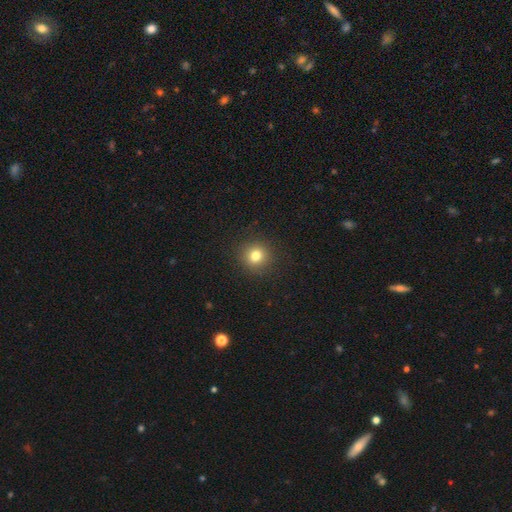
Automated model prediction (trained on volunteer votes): Smooth or featured? Predicted: smooth (p=0.79). How rounded? Predicted: round (p=0.92). Merging? Predicted: none (p=0.91).